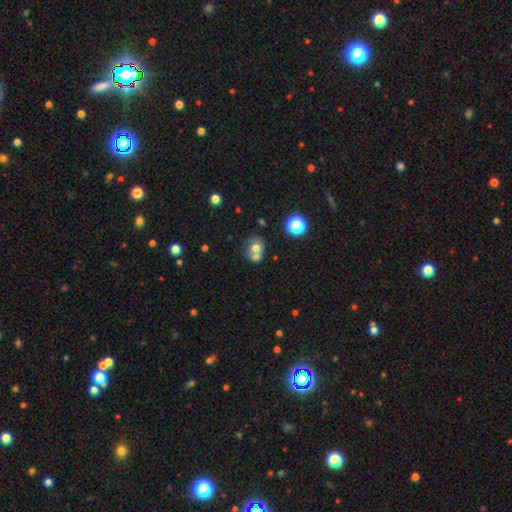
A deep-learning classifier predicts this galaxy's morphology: This appears to be a smooth galaxy with no disk features (64%) that is round (67%). Merging: merger (54%).